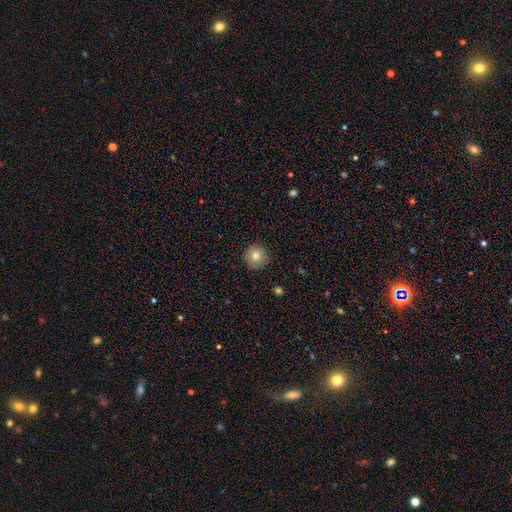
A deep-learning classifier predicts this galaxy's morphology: Smooth or featured: smooth — 80% (featured or disk — 10%)
How rounded: round — 95% (in between — 4%)
Merging: none — 88% (minor disturbance — 9%)